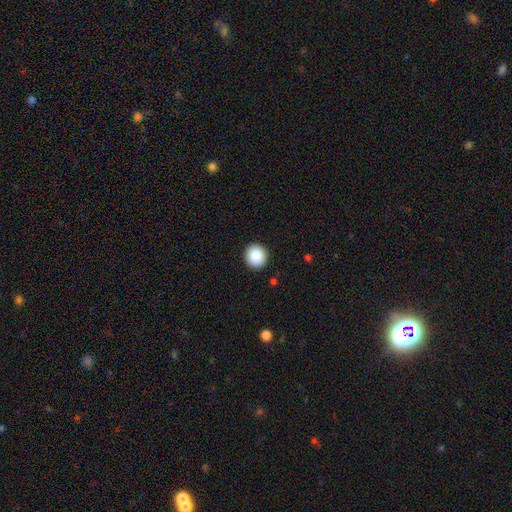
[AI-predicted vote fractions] Smooth or featured: smooth — 86% (star or artifact — 8%)
How rounded: round — 94% (in between — 5%)
Merging: none — 93% (minor disturbance — 5%)